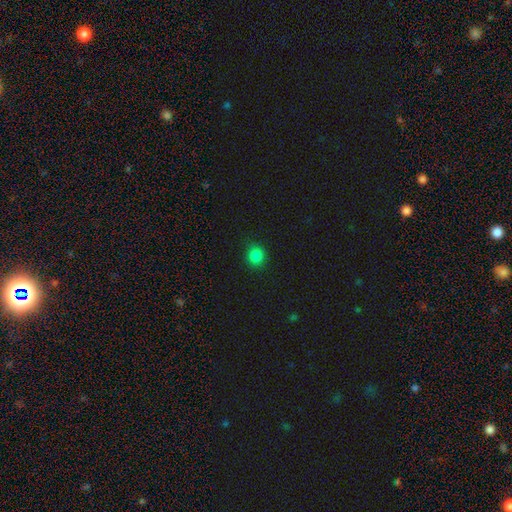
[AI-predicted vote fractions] A smooth galaxy with no disk features (84%) that is round (88%).

Vote fractions:
- Smooth or featured? smooth: 84% / star or artifact: 13% / featured or disk: 3%
- How rounded? round: 88% / in between: 11% / cigar-shaped: 1%
- Merging? none: 89% / minor disturbance: 8% / major disturbance: 2% / merger: 1%